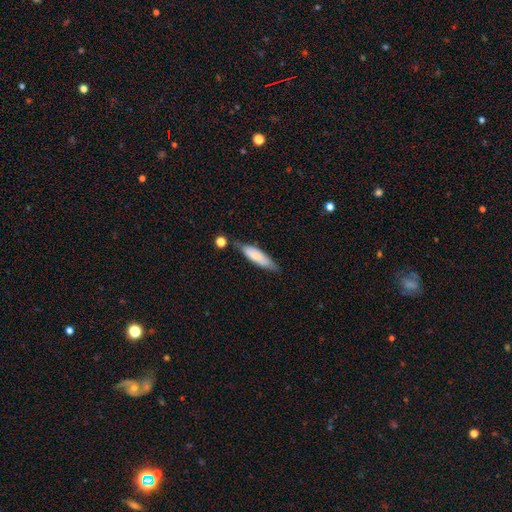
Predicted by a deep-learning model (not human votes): This is likely a smooth galaxy (73%). How rounded: likely cigar-shaped (63%). Merging: likely none (64%).